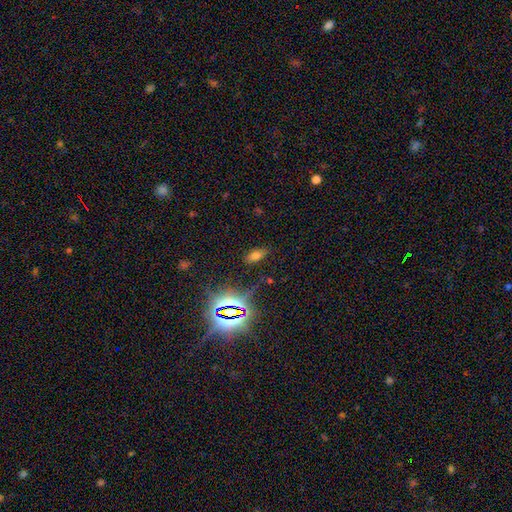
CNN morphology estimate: A smooth galaxy with no disk features (60%) that is in between round and cigar-shaped (84%).

Vote fractions:
- Smooth or featured? smooth: 60% / star or artifact: 29% / featured or disk: 11%
- How rounded? in between: 84% / cigar-shaped: 11% / round: 5%
- Merging? none: 80% / minor disturbance: 13% / major disturbance: 5% / merger: 3%